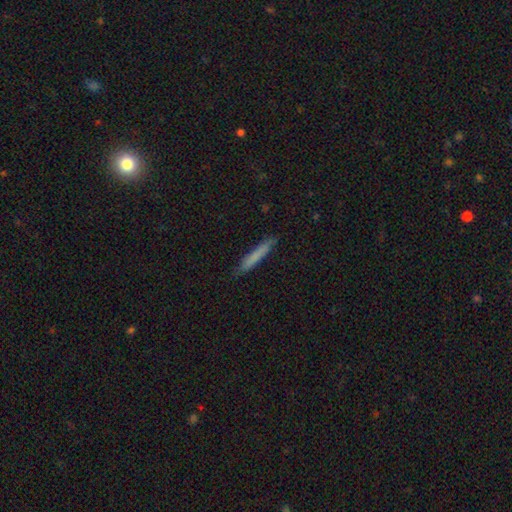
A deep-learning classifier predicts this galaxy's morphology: type=smooth (74%); roundness=cigar-shaped (95%); merging=none (86%).